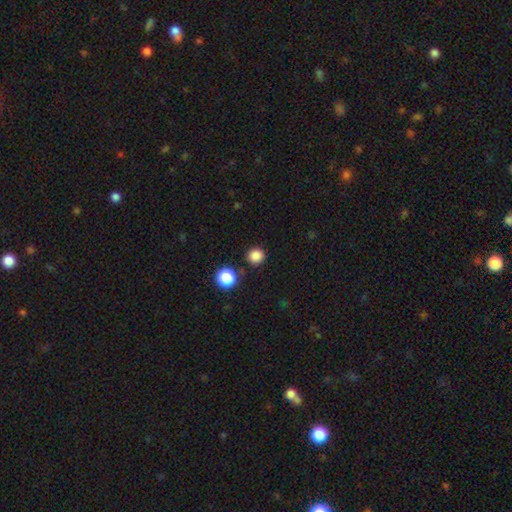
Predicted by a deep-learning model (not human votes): Smooth or featured? Predicted: smooth (p=0.84). How rounded? Predicted: round (p=0.93). Merging? Predicted: none (p=0.88).